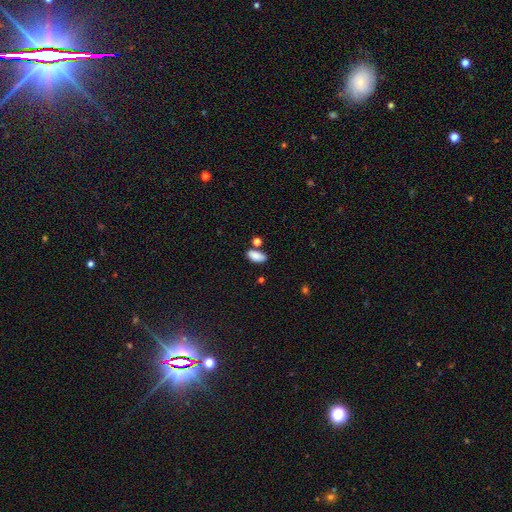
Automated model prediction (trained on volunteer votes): The model was most divided on "merging": none: 67%, minor disturbance: 15%, merger: 14%, major disturbance: 4%. More confident: how rounded — in between (91%); smooth or featured — smooth (87%).